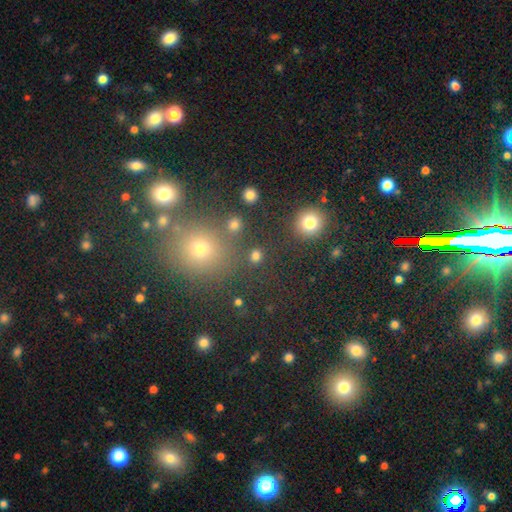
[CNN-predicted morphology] A smooth galaxy with no disk features (79%) that is round (82%). Merging: none (82%).